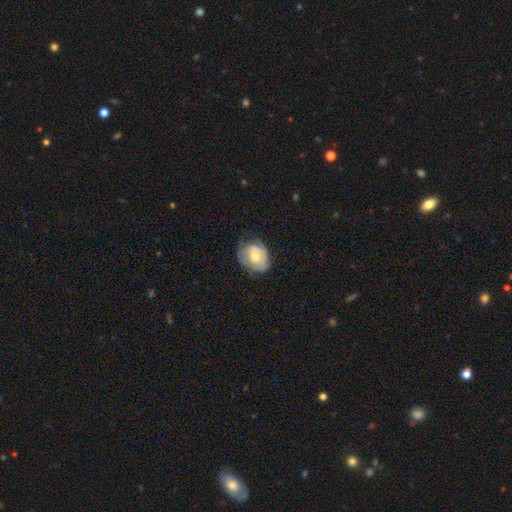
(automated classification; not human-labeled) smooth_or_featured: smooth (p=0.64) [alt: featured or disk p=0.29]
how_rounded: in between (p=0.54) [alt: round p=0.45]
merging: none (p=0.48) [alt: minor disturbance p=0.35]